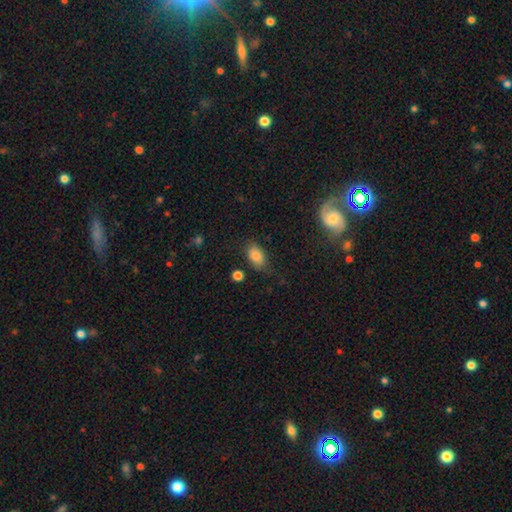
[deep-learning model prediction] Smooth or featured: smooth — 78% (featured or disk — 12%)
How rounded: in between — 89% (round — 9%)
Merging: none — 74% (minor disturbance — 17%)